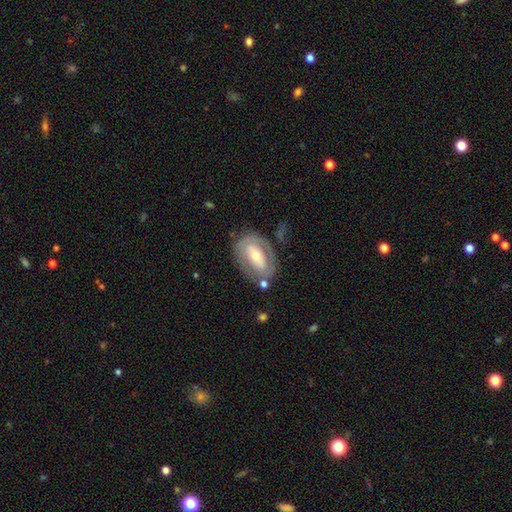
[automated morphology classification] The model was most divided on "spiral arms": yes: 53%, no: 47%. Remaining: edge-on disk — no (92%); merging — none (69%); smooth or featured — featured or disk (66%); bulge size — moderate (61%); bar — no (41%).